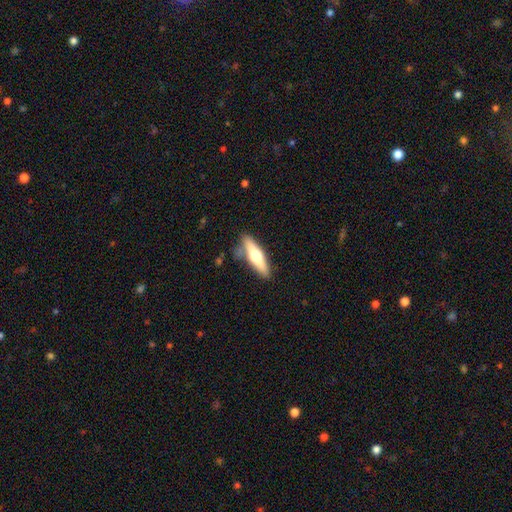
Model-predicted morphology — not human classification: smooth-or-featured: smooth: 48% | featured or disk: 47% | star or artifact: 5%
  merging: none: 78% | minor disturbance: 14% | merger: 5% | major disturbance: 3%